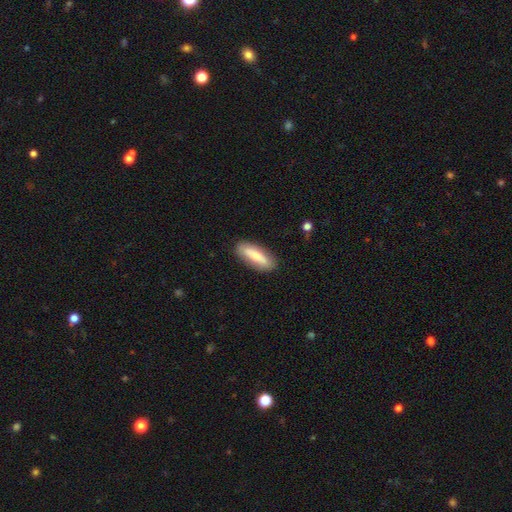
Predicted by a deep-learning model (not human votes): Smooth or featured: smooth — 65% (featured or disk — 29%)
How rounded: in between — 54% (cigar-shaped — 44%)
Merging: none — 86% (minor disturbance — 10%)